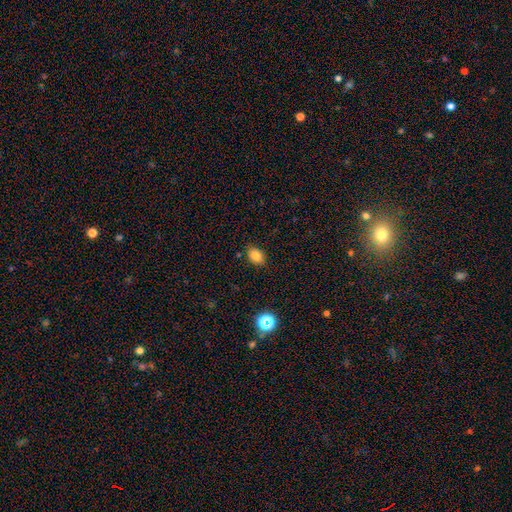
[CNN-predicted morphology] Smooth or featured? Predicted: smooth (p=0.82). How rounded? Predicted: in between (p=0.75). Merging? Predicted: none (p=0.85).